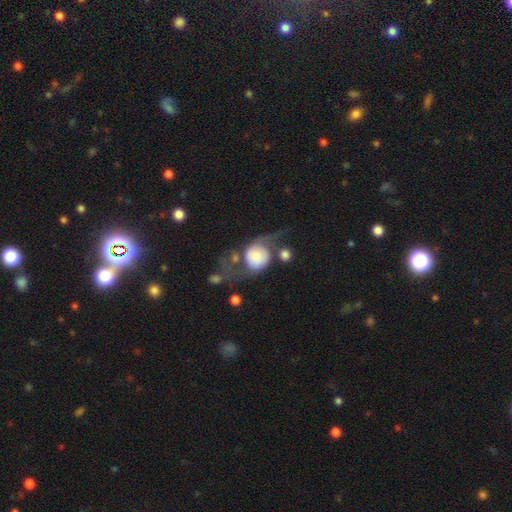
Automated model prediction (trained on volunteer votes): This is possibly a featured or disk galaxy (49%). Merging: marginally major disturbance (36%).